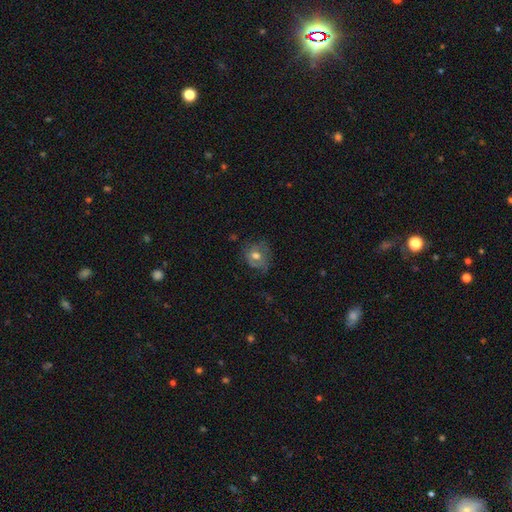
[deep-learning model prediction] This is possibly a smooth galaxy (56%). How rounded: likely round (66%). Merging: possibly none (54%).